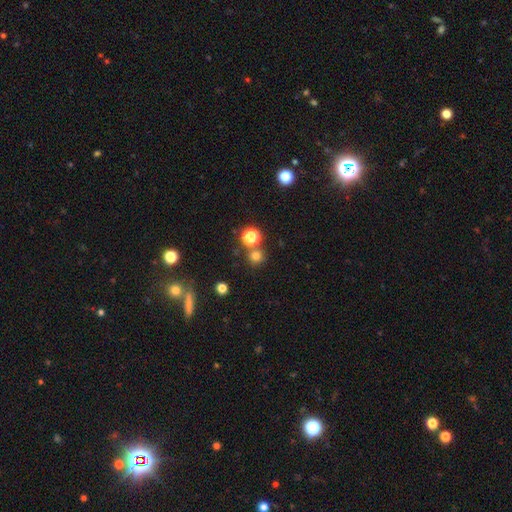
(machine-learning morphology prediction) Smooth or featured?
  - smooth: 75% *
  - star or artifact: 19%
  - featured or disk: 6%
How rounded?
  - round: 92% *
  - in between: 7%
  - cigar-shaped: 1%
Merging?
  - none: 73% *
  - merger: 17%
  - minor disturbance: 7%
  - major disturbance: 3%